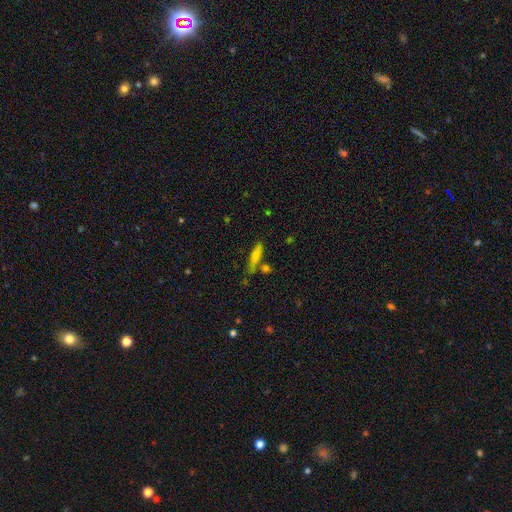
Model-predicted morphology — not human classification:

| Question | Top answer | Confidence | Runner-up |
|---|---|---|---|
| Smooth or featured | smooth | 69% | featured or disk (23%) |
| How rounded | cigar-shaped | 80% | in between (17%) |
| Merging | none | 66% | minor disturbance (16%) |